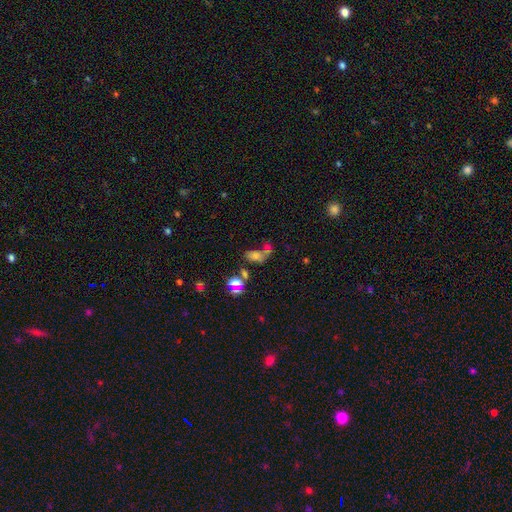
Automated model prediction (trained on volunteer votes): The model was most divided on "merging": merger: 45%, none: 28%, major disturbance: 14%, minor disturbance: 12%. More confident: how rounded — in between (82%); smooth or featured — smooth (58%).